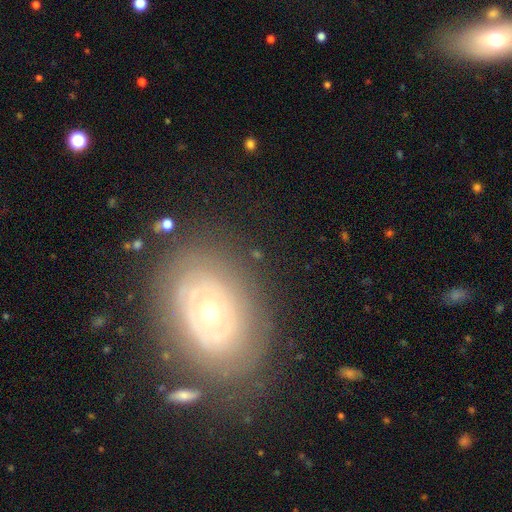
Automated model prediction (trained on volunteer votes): Smooth or featured? featured or disk (67%)
Edge-on disk? no (94%)
Bar? no (87%)
Spiral arms? yes (51%)
Bulge size? small (63%)
Merging? none (78%)